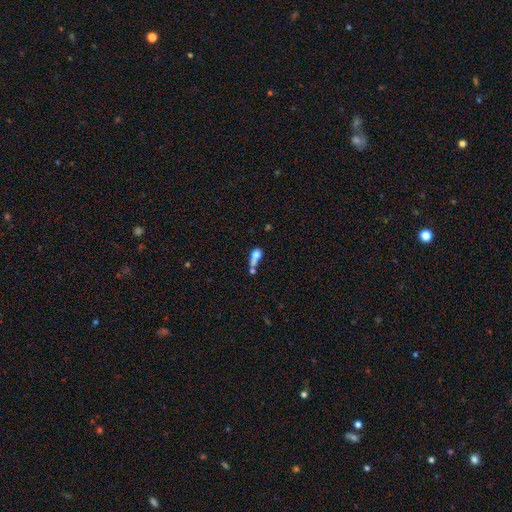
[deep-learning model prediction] Q: Smooth or featured?
A: smooth (63%); runner-up: featured or disk (24%)
Q: How rounded?
A: in between (49%); runner-up: round (28%)
Q: Merging?
A: merger (46%); runner-up: none (23%)